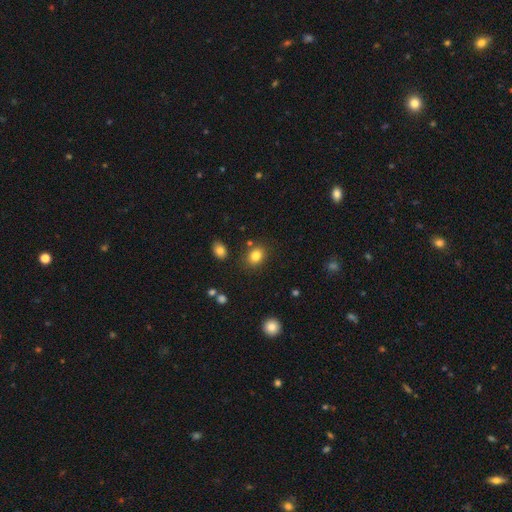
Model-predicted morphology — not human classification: This appears to be a smooth galaxy with no disk features (83%) that is in between round and cigar-shaped (52%). Merging: none (80%).